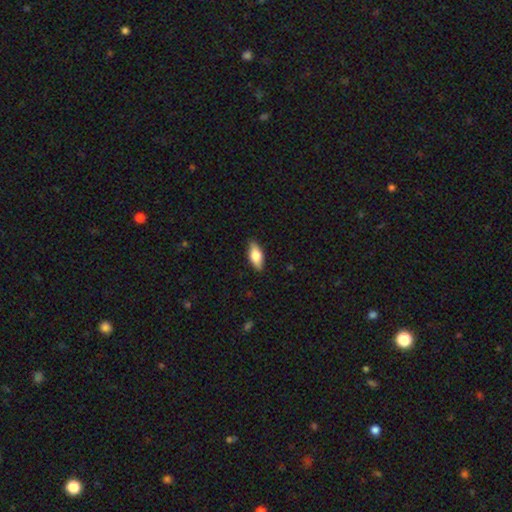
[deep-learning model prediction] A smooth galaxy with no disk features (75%) that is in between round and cigar-shaped (82%). Merging: none (87%).